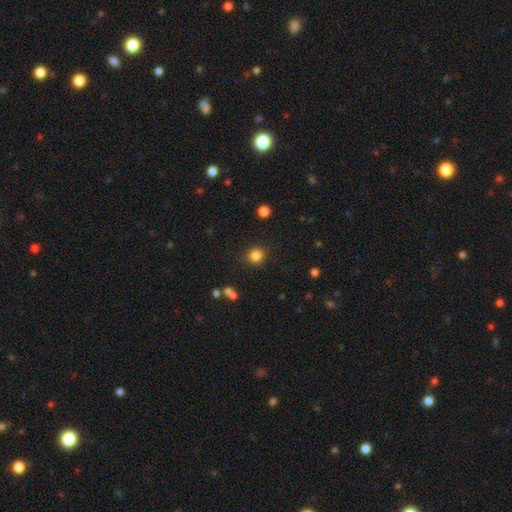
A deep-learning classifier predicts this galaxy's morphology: Smooth or featured?
  - smooth: 83% *
  - star or artifact: 12%
  - featured or disk: 5%
How rounded?
  - round: 88% *
  - in between: 11%
  - cigar-shaped: 1%
Merging?
  - none: 87% *
  - minor disturbance: 8%
  - major disturbance: 3%
  - merger: 3%